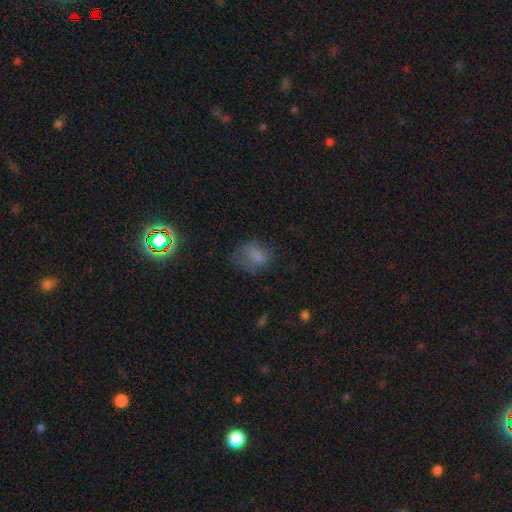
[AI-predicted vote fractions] smooth_or_featured: smooth (p=0.63) [alt: featured or disk p=0.20]
how_rounded: in between (p=0.69) [alt: round p=0.27]
merging: none (p=0.44) [alt: minor disturbance p=0.27]